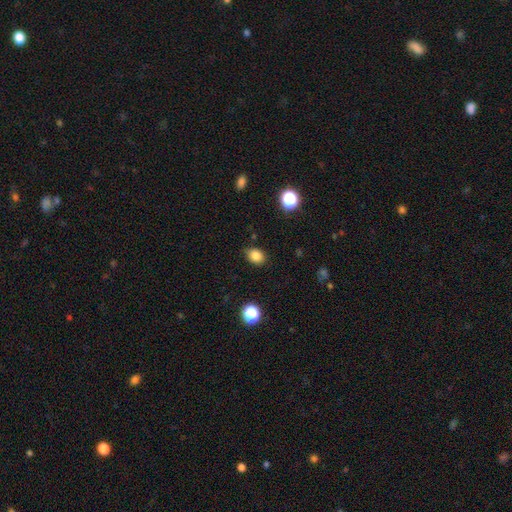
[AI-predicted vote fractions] Smooth or featured?
  - smooth: 83% *
  - star or artifact: 12%
  - featured or disk: 5%
How rounded?
  - in between: 60% *
  - round: 39%
  - cigar-shaped: 1%
Merging?
  - none: 83% *
  - minor disturbance: 12%
  - major disturbance: 3%
  - merger: 2%